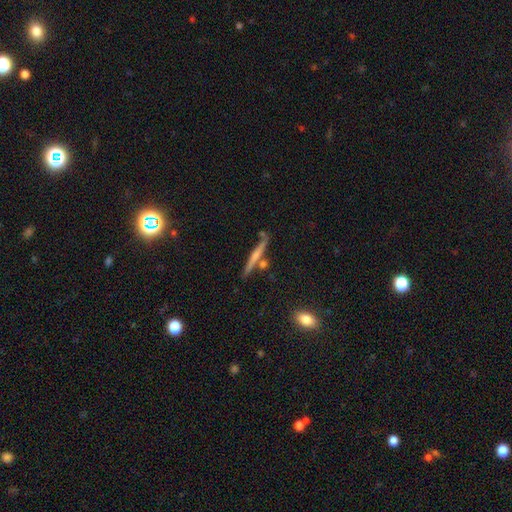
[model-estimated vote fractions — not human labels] Morphology: type=featured or disk (54%); edge-on=yes (95%); edge-on bulge=none (51%); merging=none (73%).